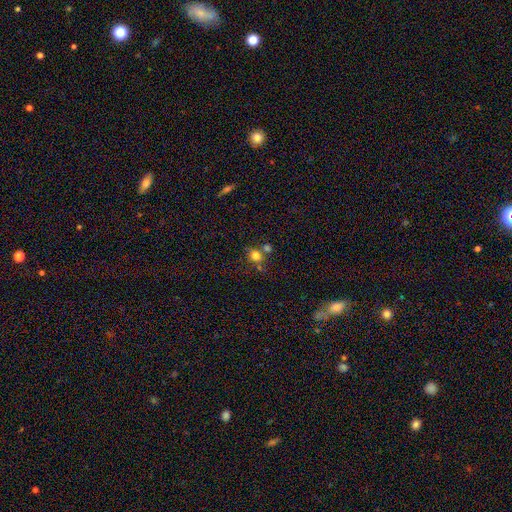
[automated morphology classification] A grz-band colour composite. It shows a smooth galaxy with no disk features (76%) that is round (73%). Merging: none (55%).